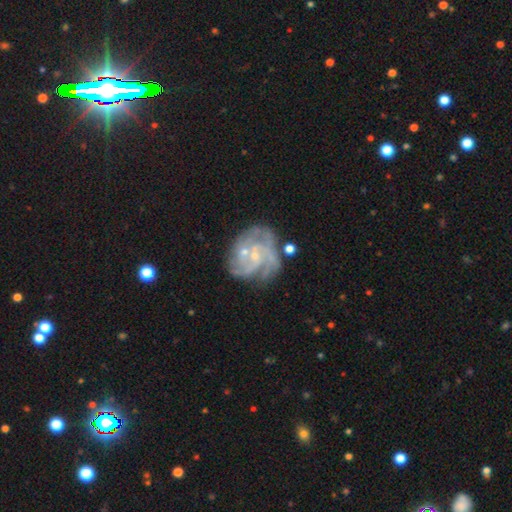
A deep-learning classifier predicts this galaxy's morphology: Smooth or featured: featured or disk — 82% (smooth — 10%)
Edge-on disk: no — 98% (yes — 2%)
Bar: no — 66% (weak — 28%)
Spiral arms: yes — 91% (no — 9%)
Spiral winding: tight — 49% (medium — 38%)
Spiral arm count: 3 — 29% (can't tell — 27%)
Bulge size: small — 74% (moderate — 16%)
Merging: none — 53% (minor disturbance — 20%)